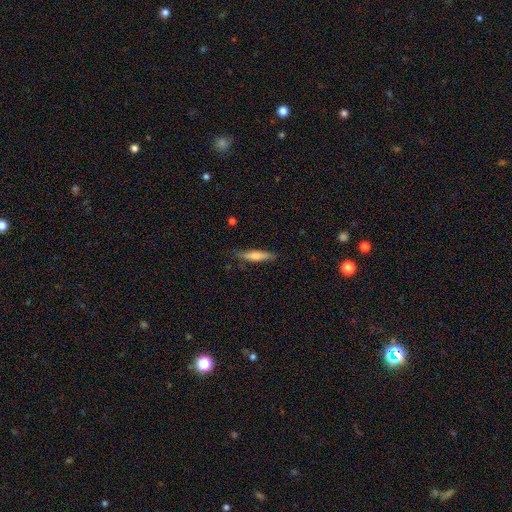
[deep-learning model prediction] The model was most divided on "smooth or featured": smooth: 61%, featured or disk: 33%, star or artifact: 6%. More confident: how rounded — cigar-shaped (85%); merging — none (83%).